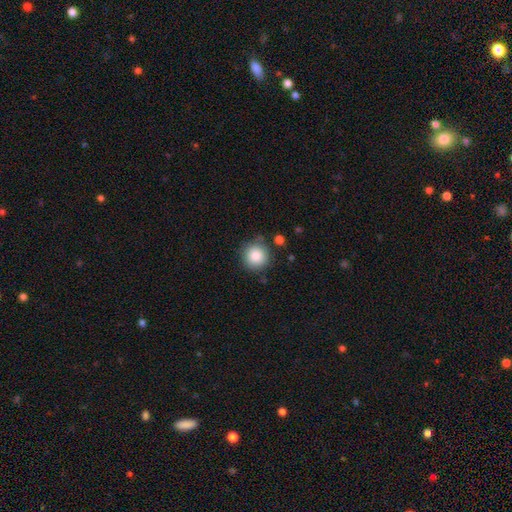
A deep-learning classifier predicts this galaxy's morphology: A smooth galaxy with no disk features (85%) that is round (94%).

Vote fractions:
- Smooth or featured? smooth: 85% / star or artifact: 9% / featured or disk: 6%
- How rounded? round: 94% / in between: 5% / cigar-shaped: 1%
- Merging? none: 83% / minor disturbance: 11% / merger: 3% / major disturbance: 3%